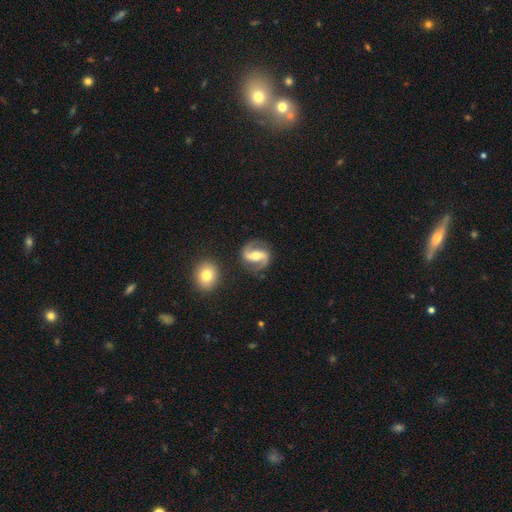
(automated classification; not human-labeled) smooth-or-featured: featured or disk: 88% | smooth: 8% | star or artifact: 5%
  disk-edge-on: no: 97% | yes: 3%
    bar: strong: 45% | weak: 34% | no: 21%
    has-spiral-arms: yes: 97% | no: 3%
      spiral-winding: medium: 49% | loose: 37% | tight: 14%
      spiral-arm-count: 2: 94% | can't tell: 2% | 1: 2% | 3: 1% | 4: 1% | more than 4: 1%
    bulge-size: moderate: 65% | small: 26% | large: 6% | none: 2% | dominant: 1%
  merging: none: 84% | minor disturbance: 10% | major disturbance: 3% | merger: 3%